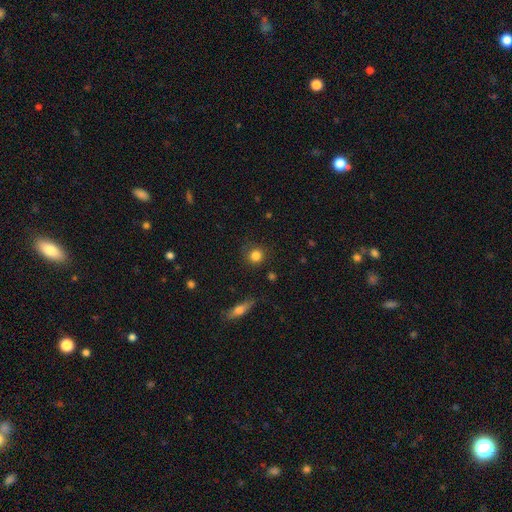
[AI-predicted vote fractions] Q: Smooth or featured?
A: smooth (84%); runner-up: star or artifact (10%)
Q: How rounded?
A: round (90%); runner-up: in between (8%)
Q: Merging?
A: none (83%); runner-up: minor disturbance (12%)